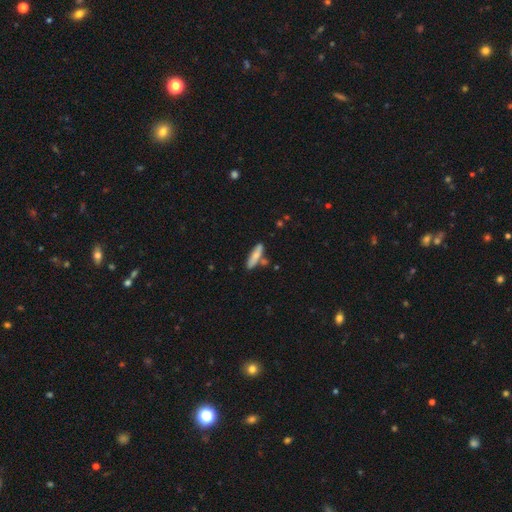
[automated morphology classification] smooth-or-featured: smooth: 71% | featured or disk: 23% | star or artifact: 6%
  how-rounded: cigar-shaped: 71% | in between: 27% | round: 2%
  merging: none: 75% | minor disturbance: 13% | merger: 10% | major disturbance: 3%